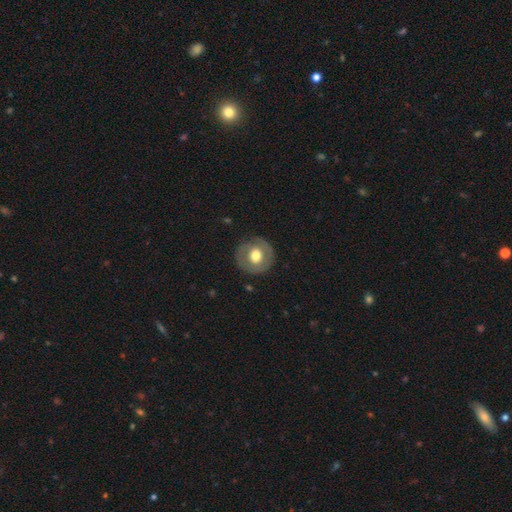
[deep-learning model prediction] Smooth or featured?
  - smooth: 52% *
  - featured or disk: 42%
  - star or artifact: 6%
How rounded?
  - round: 91% *
  - in between: 9%
  - cigar-shaped: 1%
Merging?
  - none: 84% *
  - minor disturbance: 11%
  - major disturbance: 4%
  - merger: 1%